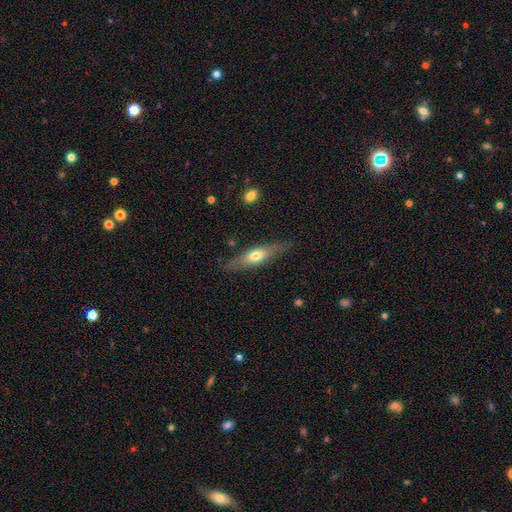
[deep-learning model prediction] smooth_or_featured: smooth (p=0.49) [alt: featured or disk p=0.45]
merging: none (p=0.80) [alt: minor disturbance p=0.14]